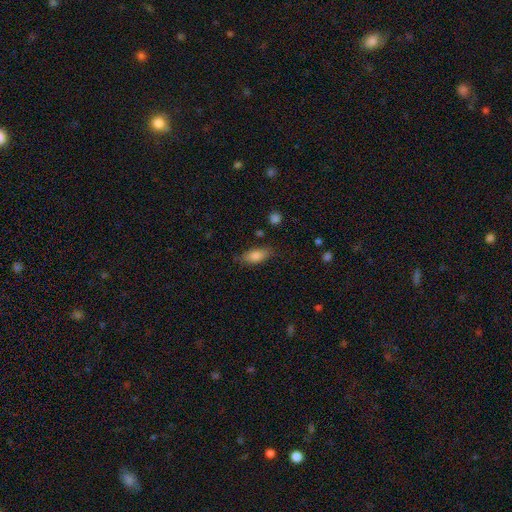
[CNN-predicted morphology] type=smooth (81%); roundness=in between (82%); merging=none (74%).